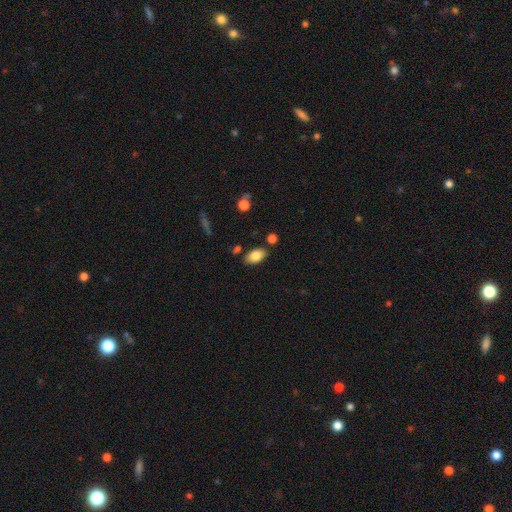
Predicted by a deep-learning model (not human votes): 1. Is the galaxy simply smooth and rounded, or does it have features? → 83% smooth, 9% featured or disk, 8% star or artifact.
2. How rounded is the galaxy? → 92% in between, 5% round, 2% cigar-shaped.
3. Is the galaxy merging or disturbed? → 80% none, 13% minor disturbance, 4% merger, 3% major disturbance.